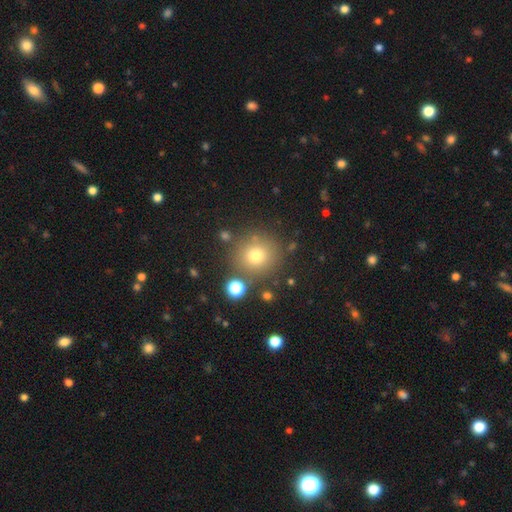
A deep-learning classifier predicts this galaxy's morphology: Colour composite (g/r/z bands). It shows a smooth galaxy with no disk features (73%) that is round (92%). Merging: none (82%).